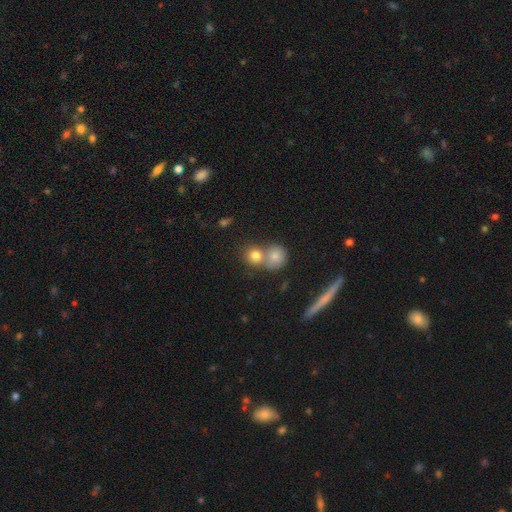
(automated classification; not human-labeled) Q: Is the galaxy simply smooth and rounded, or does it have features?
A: smooth — 78%.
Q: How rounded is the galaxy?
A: round — 83%.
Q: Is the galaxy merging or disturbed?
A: merger — 49%.